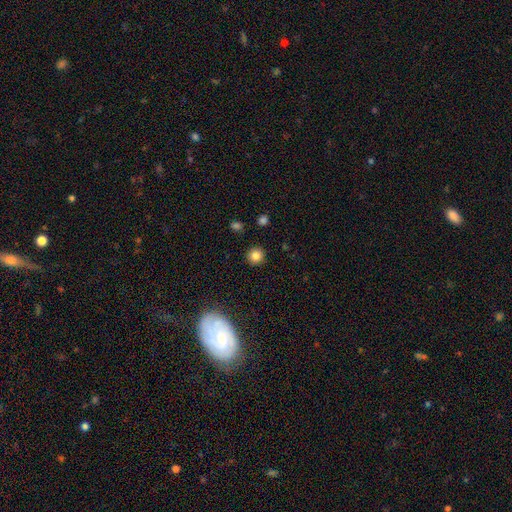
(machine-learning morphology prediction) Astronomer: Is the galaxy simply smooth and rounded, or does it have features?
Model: smooth — 83%.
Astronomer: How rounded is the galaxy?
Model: round — 93%.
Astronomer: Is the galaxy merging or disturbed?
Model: none — 91%.